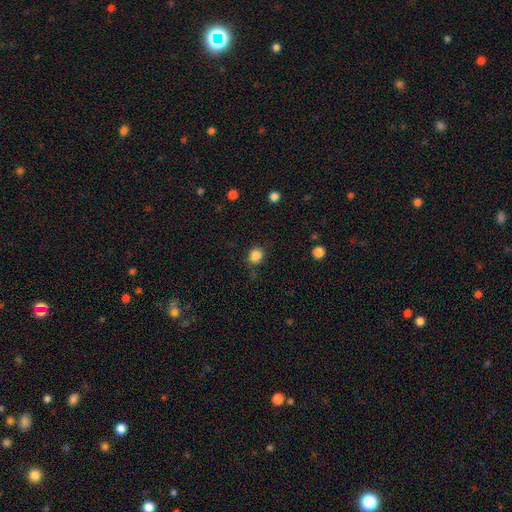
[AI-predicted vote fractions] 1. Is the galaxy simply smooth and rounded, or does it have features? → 86% smooth, 11% star or artifact, 4% featured or disk.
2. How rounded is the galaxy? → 80% round, 19% in between, 1% cigar-shaped.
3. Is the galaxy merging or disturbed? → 81% none, 13% minor disturbance, 4% major disturbance, 2% merger.